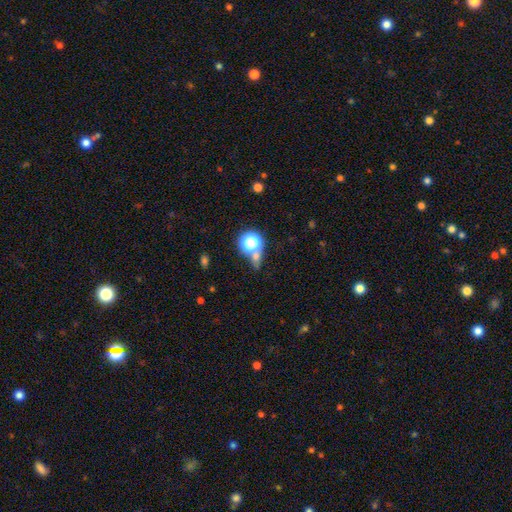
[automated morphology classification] Smooth or featured? Predicted: smooth (p=0.54). How rounded? Predicted: round (p=0.73). Merging? Predicted: none (p=0.56).